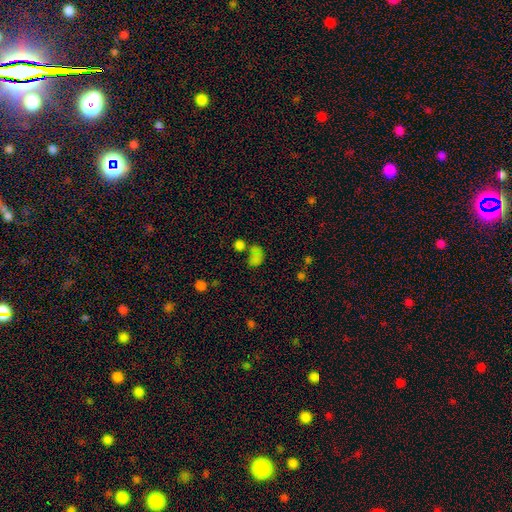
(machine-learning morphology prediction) This appears to be a smooth galaxy with no disk features (69%) that is in between round and cigar-shaped (65%). Merging: merger (39%).